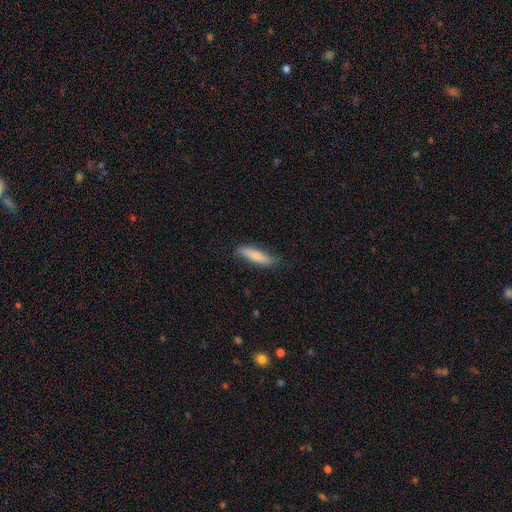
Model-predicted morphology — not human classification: A smooth galaxy with no disk features (72%) that is cigar-shaped (75%). Merging: none (80%).